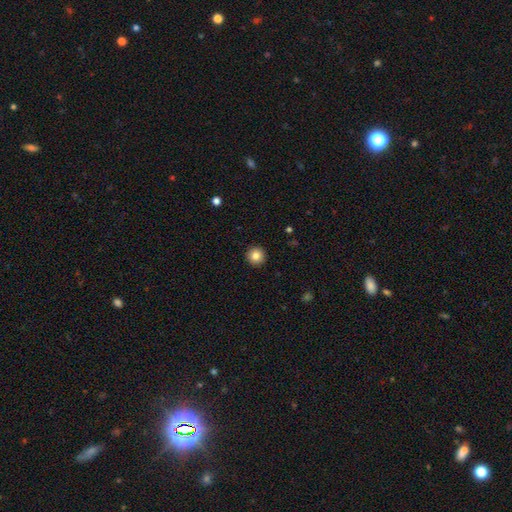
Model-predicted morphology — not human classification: smooth 84%, star or artifact 10%, featured or disk 6%. Down the decision tree: how rounded — round (95%); merging — none (93%).